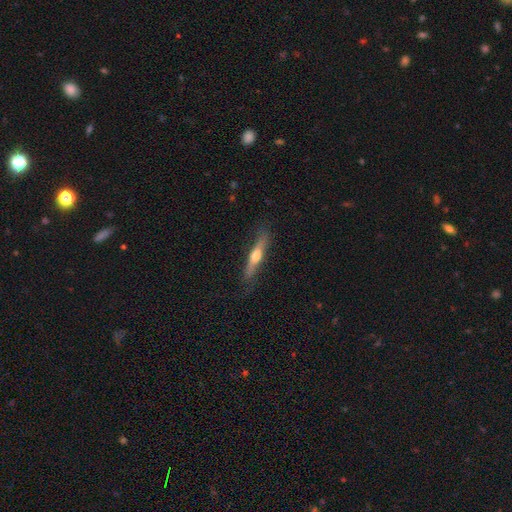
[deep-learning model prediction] featured or disk 56%, smooth 39%, star or artifact 5%. Down the decision tree: edge-on disk — yes (94%); edge-on bulge — rounded (92%); merging — none (78%).